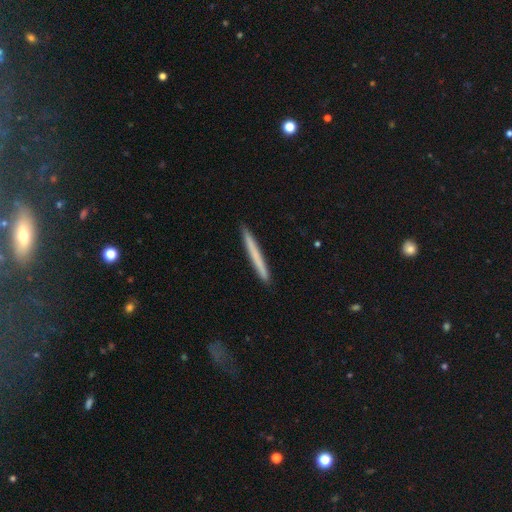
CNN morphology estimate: Overall: smooth (63%; featured or disk 31%). How rounded: cigar-shaped (97%). Merging: none (92%).